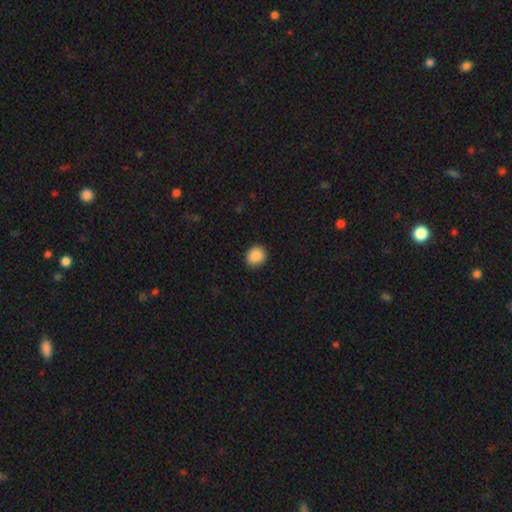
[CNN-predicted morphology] Smooth or featured: smooth — 89% (star or artifact — 8%)
How rounded: round — 75% (in between — 24%)
Merging: none — 90% (minor disturbance — 8%)